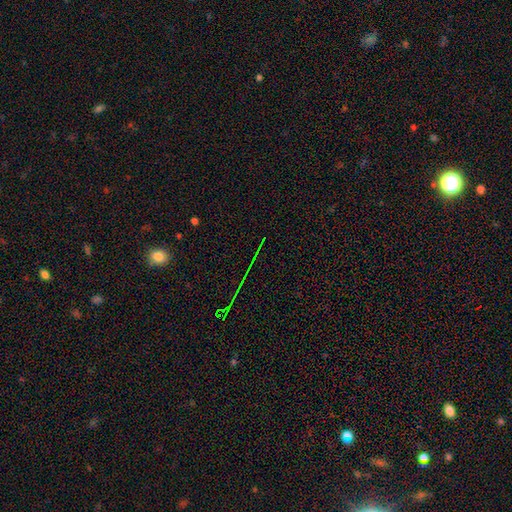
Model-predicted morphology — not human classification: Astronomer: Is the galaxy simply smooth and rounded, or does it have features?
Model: star or artifact — 76%.